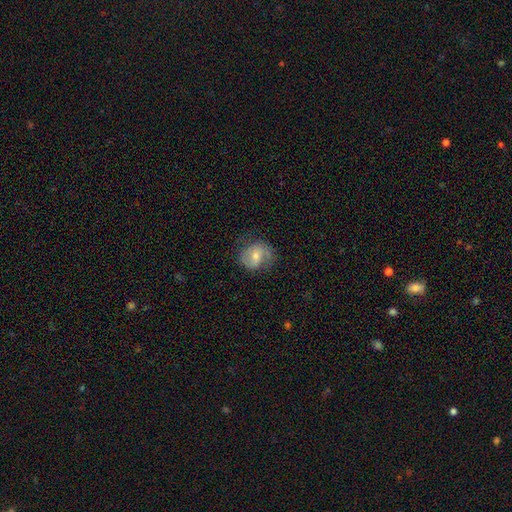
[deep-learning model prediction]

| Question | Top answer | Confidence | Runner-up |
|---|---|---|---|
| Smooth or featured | featured or disk | 52% | smooth (40%) |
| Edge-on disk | no | 97% | yes (3%) |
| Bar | no | 47% | weak (40%) |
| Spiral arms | yes | 80% | no (20%) |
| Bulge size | moderate | 51% | small (42%) |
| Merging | none | 61% | minor disturbance (23%) |